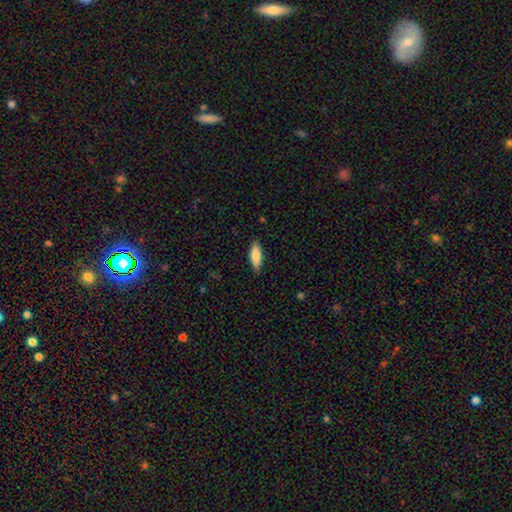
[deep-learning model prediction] smooth 82%, featured or disk 12%, star or artifact 6%. Down the decision tree: how rounded — in between (56%); merging — none (84%).